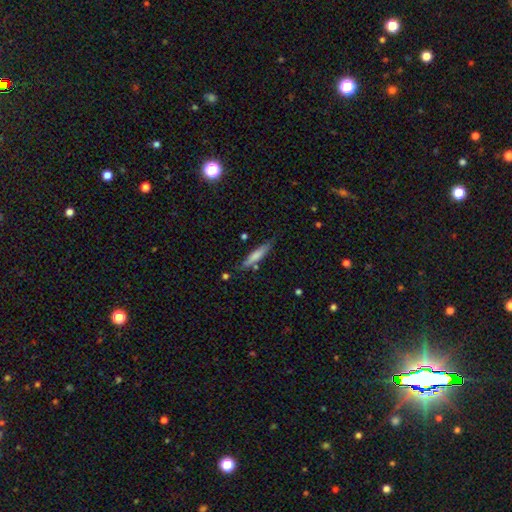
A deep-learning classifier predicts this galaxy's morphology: The model was most divided on "smooth or featured": smooth: 70%, featured or disk: 24%, star or artifact: 6%. More confident: how rounded — cigar-shaped (86%); merging — none (76%).